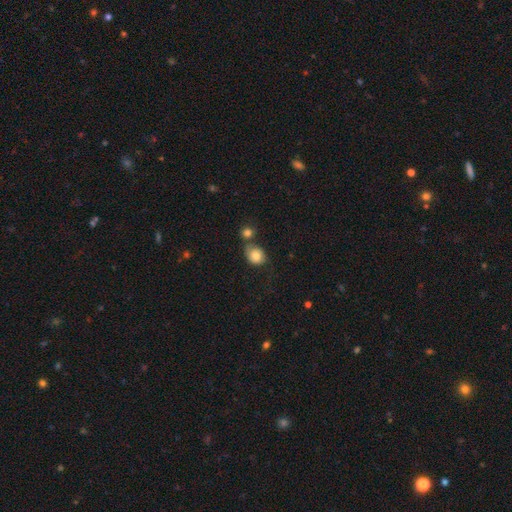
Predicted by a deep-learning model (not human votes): Q: Smooth or featured?
A: smooth (78%); runner-up: featured or disk (13%)
Q: How rounded?
A: round (59%); runner-up: in between (40%)
Q: Merging?
A: none (45%); runner-up: merger (28%)